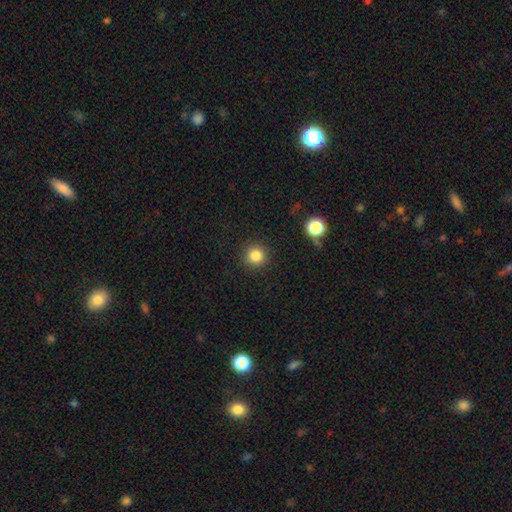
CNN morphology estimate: smooth 84%, star or artifact 12%, featured or disk 4%. Down the decision tree: how rounded — round (95%); merging — none (91%).